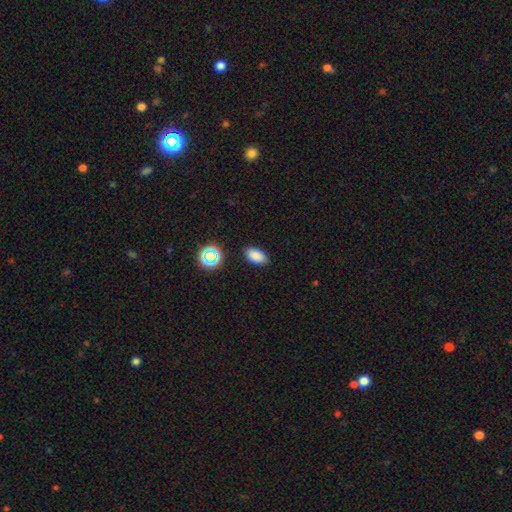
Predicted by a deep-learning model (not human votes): A smooth galaxy with no disk features (82%) that is in between round and cigar-shaped (92%).

Vote fractions:
- Smooth or featured? smooth: 82% / star or artifact: 13% / featured or disk: 5%
- How rounded? in between: 92% / round: 6% / cigar-shaped: 2%
- Merging? none: 87% / minor disturbance: 9% / major disturbance: 2% / merger: 2%